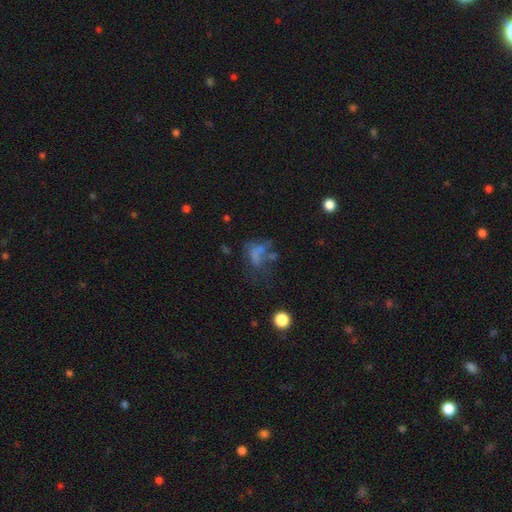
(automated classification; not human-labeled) This is marginally a smooth galaxy (39%). Merging: marginally major disturbance (37%).